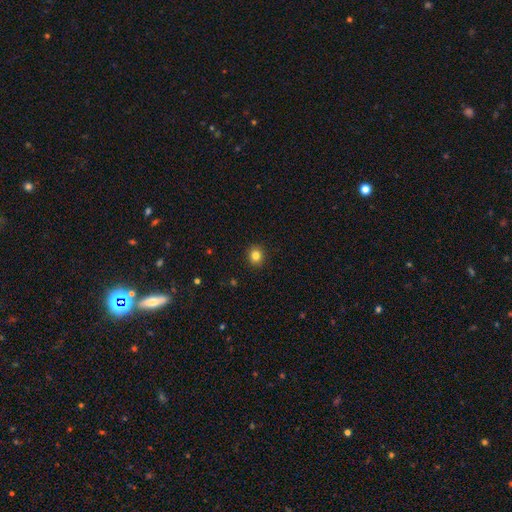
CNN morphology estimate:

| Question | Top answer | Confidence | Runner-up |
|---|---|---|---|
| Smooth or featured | smooth | 83% | star or artifact (12%) |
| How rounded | round | 80% | in between (19%) |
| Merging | none | 92% | minor disturbance (6%) |